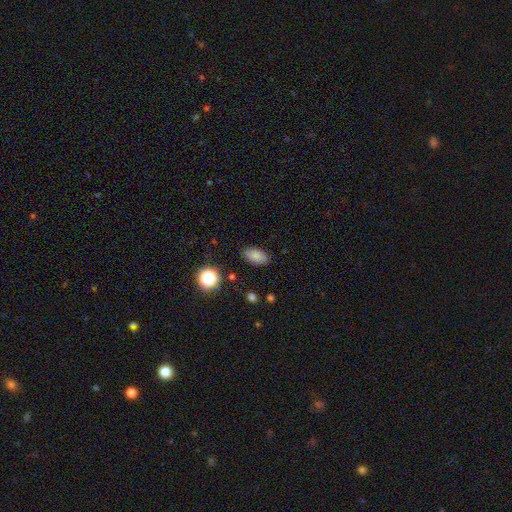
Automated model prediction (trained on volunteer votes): This is clearly a smooth galaxy (83%). How rounded: clearly in between (90%). Merging: clearly none (85%).